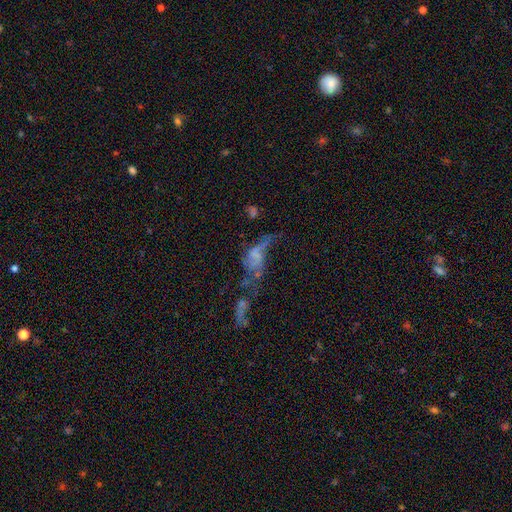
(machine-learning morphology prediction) A featured or disk galaxy (49%).

Vote fractions:
- Smooth or featured? featured or disk: 49% / smooth: 31% / star or artifact: 20%
- Merging? merger: 40% / major disturbance: 37% / none: 13% / minor disturbance: 9%